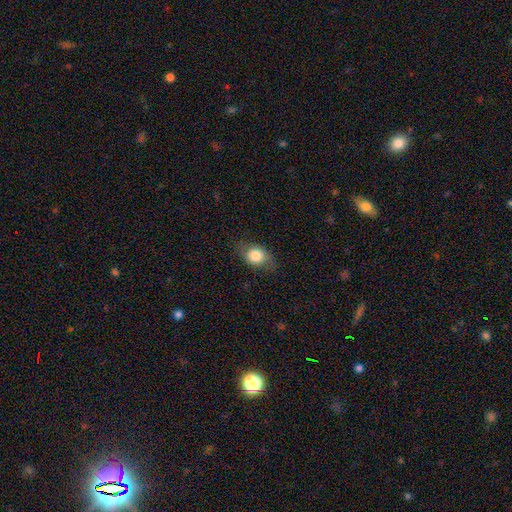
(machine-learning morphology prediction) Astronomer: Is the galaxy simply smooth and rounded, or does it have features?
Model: smooth — 78%.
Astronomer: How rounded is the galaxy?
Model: in between — 55% (runner-up: round, 43%).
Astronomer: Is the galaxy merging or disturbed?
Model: none — 76%.